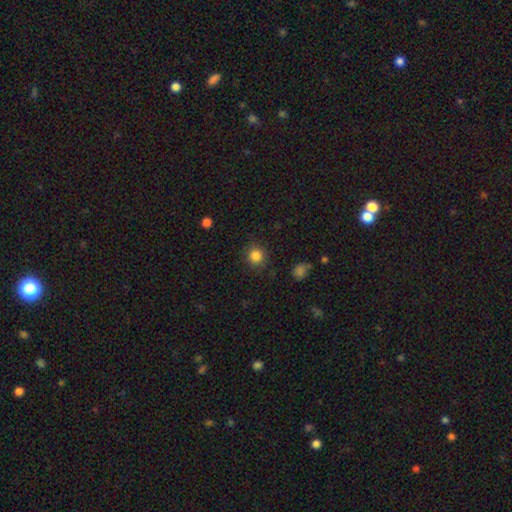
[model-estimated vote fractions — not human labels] smooth 84%, star or artifact 11%, featured or disk 4%. Down the decision tree: how rounded — round (90%); merging — none (87%).